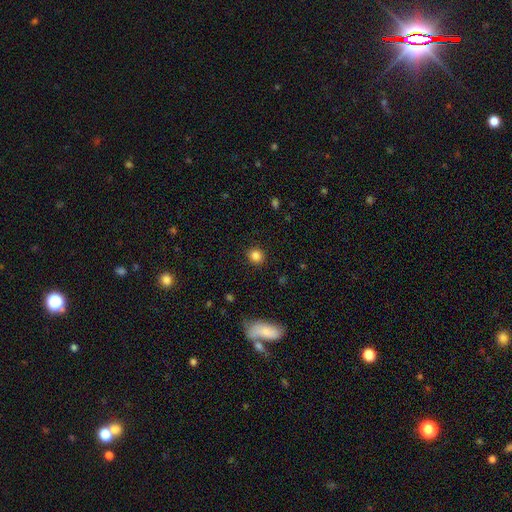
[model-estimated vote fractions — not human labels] Overall: smooth (84%). How rounded: round (85%). Merging: none (89%).